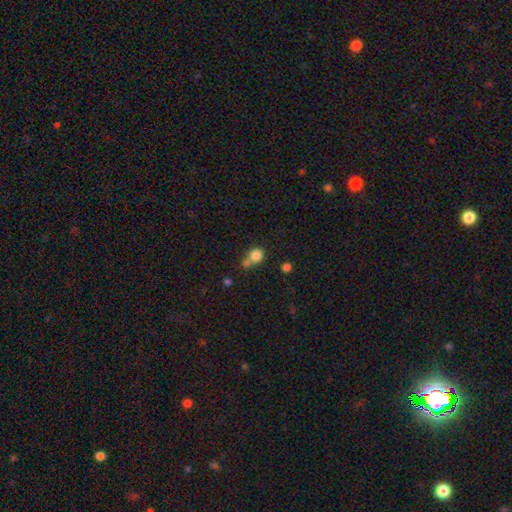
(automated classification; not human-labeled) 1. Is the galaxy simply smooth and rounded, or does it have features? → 82% smooth, 11% star or artifact, 7% featured or disk.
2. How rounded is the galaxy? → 80% round, 19% in between, 1% cigar-shaped.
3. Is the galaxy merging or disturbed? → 47% none, 39% merger, 10% minor disturbance, 4% major disturbance.